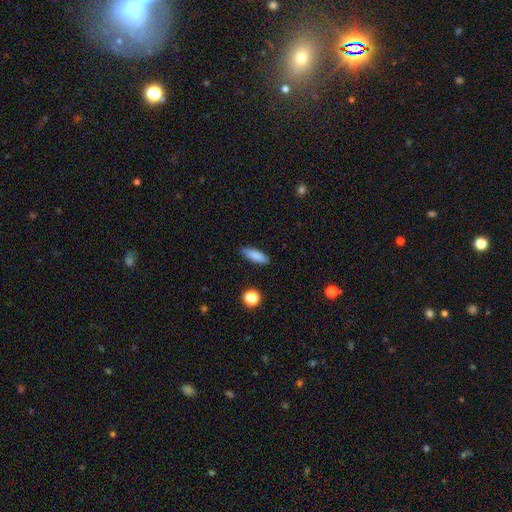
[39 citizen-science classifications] Smooth or featured?
  - smooth: 77% *
  - featured or disk: 13%
  - star or artifact: 10%
How rounded?
  - cigar-shaped: 50% *
  - in between: 47%
  - round: 3%
Merging?
  - none: 89% *
  - minor disturbance: 9%
  - major disturbance: 3%
  - merger: 0%